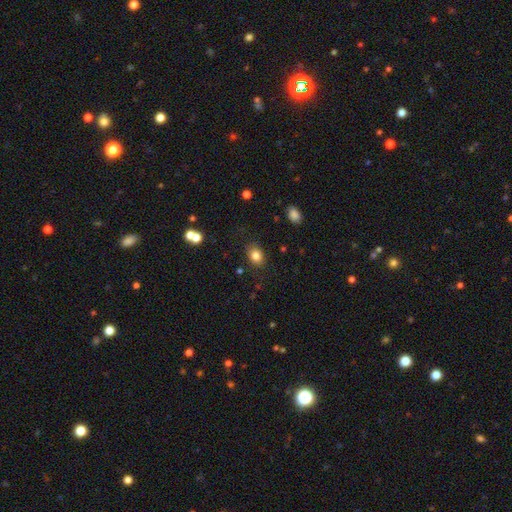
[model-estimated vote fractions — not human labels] The model was most divided on "how rounded": in between: 62%, round: 37%, cigar-shaped: 1%. More confident: smooth or featured — smooth (82%); merging — none (82%).